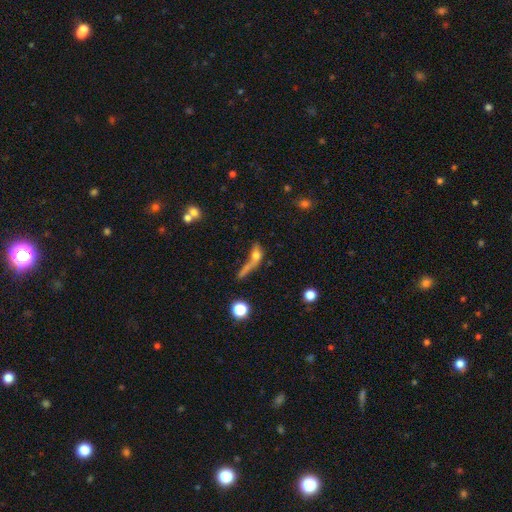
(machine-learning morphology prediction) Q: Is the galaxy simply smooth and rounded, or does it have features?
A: smooth — 53%.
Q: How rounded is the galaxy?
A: cigar-shaped — 39%.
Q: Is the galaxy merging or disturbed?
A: merger — 31%.